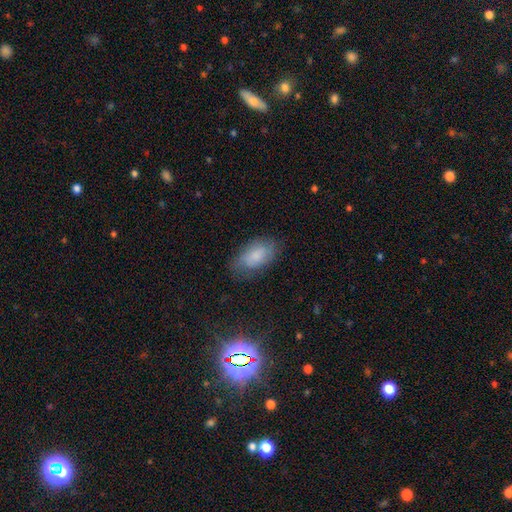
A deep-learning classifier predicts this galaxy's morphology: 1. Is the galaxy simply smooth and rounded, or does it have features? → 74% smooth, 18% featured or disk, 8% star or artifact.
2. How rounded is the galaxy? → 93% in between, 5% round, 3% cigar-shaped.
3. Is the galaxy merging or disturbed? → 70% none, 22% minor disturbance, 7% major disturbance, 1% merger.